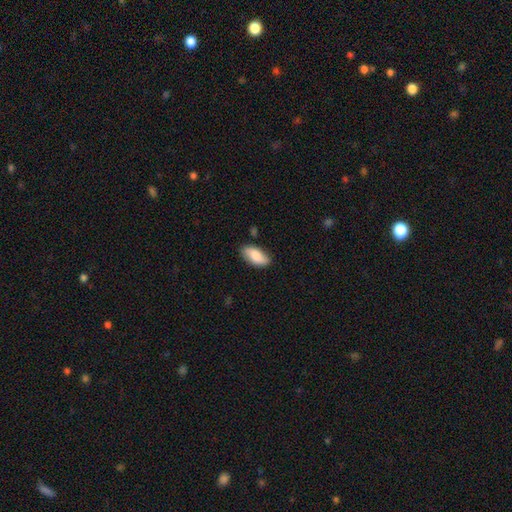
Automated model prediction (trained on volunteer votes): smooth-or-featured: smooth: 79% | featured or disk: 15% | star or artifact: 6%
  how-rounded: in between: 91% | cigar-shaped: 6% | round: 3%
  merging: none: 82% | minor disturbance: 13% | major disturbance: 3% | merger: 2%